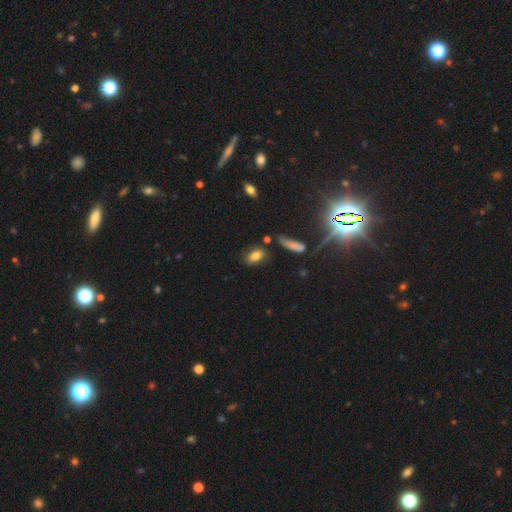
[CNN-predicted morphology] Overall: smooth (76%). How rounded: in between (85%). Merging: none (70%).